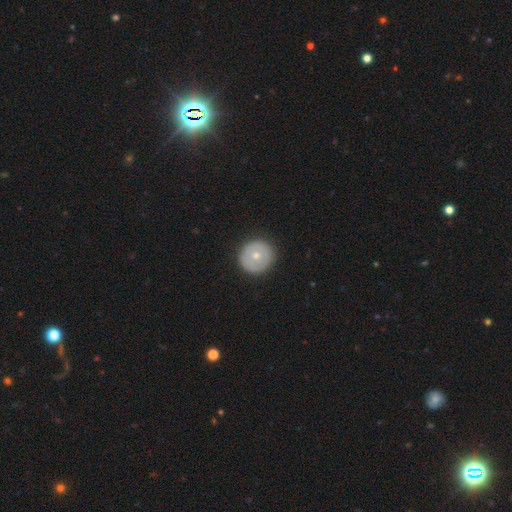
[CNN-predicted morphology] smooth_or_featured: smooth (p=0.60) [alt: featured or disk p=0.33]
how_rounded: round (p=0.94) [alt: in between p=0.05]
merging: none (p=0.90) [alt: minor disturbance p=0.07]